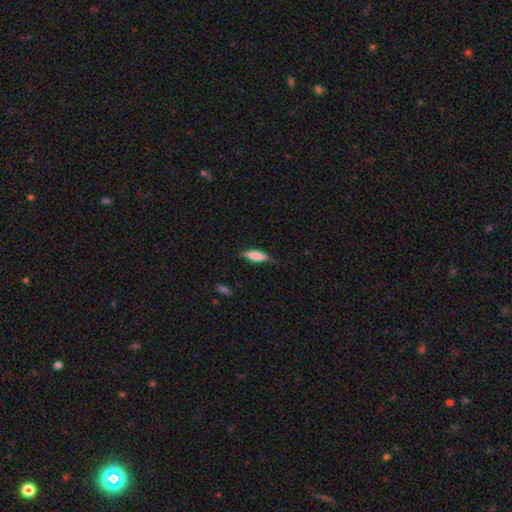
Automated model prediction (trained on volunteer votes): A smooth galaxy with no disk features (79%) that is in between round and cigar-shaped (56%). Merging: none (63%).